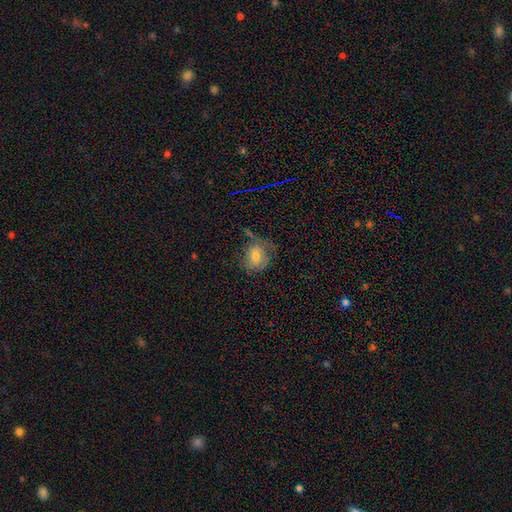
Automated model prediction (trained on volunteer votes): smooth-or-featured: smooth: 56% | featured or disk: 30% | star or artifact: 13%
  how-rounded: round: 61% | in between: 38% | cigar-shaped: 1%
  merging: none: 50% | minor disturbance: 27% | major disturbance: 19% | merger: 4%